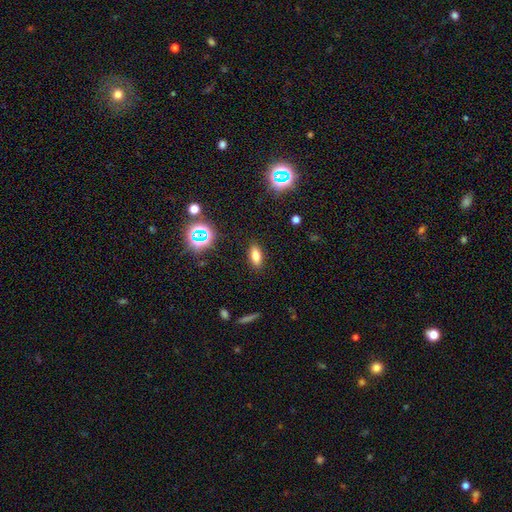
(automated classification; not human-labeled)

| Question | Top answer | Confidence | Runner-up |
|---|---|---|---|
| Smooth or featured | smooth | 71% | star or artifact (17%) |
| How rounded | in between | 80% | cigar-shaped (13%) |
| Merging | none | 87% | minor disturbance (8%) |